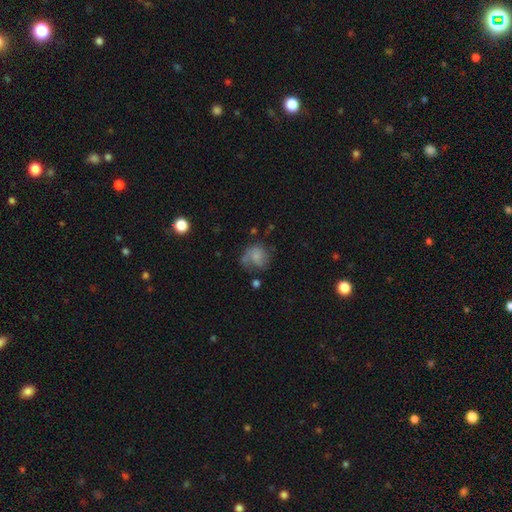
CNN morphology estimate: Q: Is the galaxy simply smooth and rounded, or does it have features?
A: smooth — 57%.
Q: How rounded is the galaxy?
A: round — 66%.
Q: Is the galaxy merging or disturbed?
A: none — 40%.